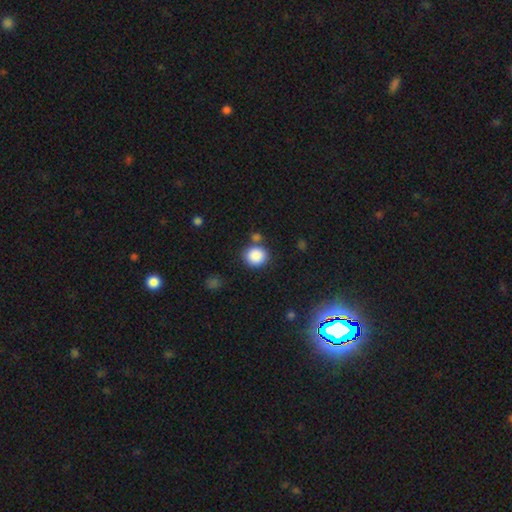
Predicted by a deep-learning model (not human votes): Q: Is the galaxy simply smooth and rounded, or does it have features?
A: smooth — 87%.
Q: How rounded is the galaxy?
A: round — 85%.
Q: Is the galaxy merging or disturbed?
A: none — 74%.